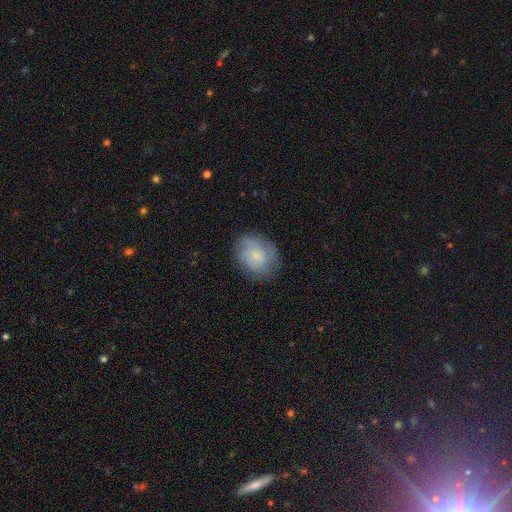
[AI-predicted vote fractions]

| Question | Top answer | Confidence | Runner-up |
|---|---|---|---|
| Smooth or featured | smooth | 56% | featured or disk (35%) |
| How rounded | round | 51% | in between (48%) |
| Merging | none | 74% | minor disturbance (18%) |